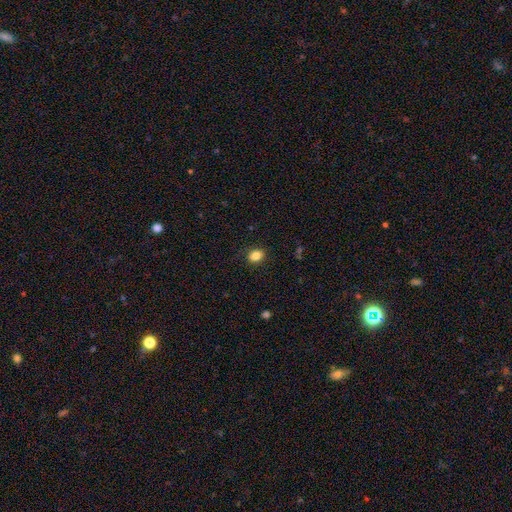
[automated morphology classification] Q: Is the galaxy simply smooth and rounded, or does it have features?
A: smooth — 85%.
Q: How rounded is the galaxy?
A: in between — 58%.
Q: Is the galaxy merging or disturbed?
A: none — 87%.